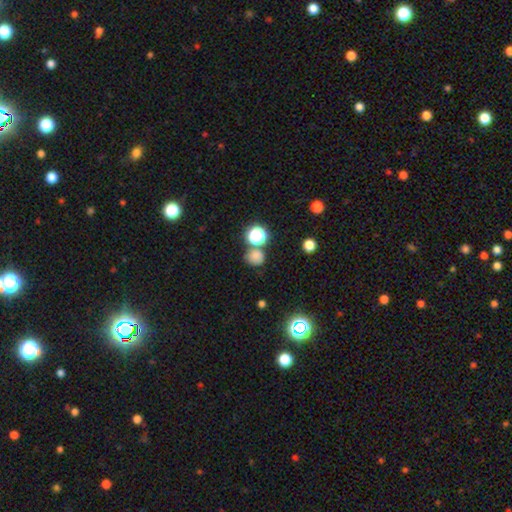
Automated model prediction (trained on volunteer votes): Q: Smooth or featured?
A: smooth (73%); runner-up: star or artifact (21%)
Q: How rounded?
A: round (79%); runner-up: in between (20%)
Q: Merging?
A: none (70%); runner-up: merger (14%)